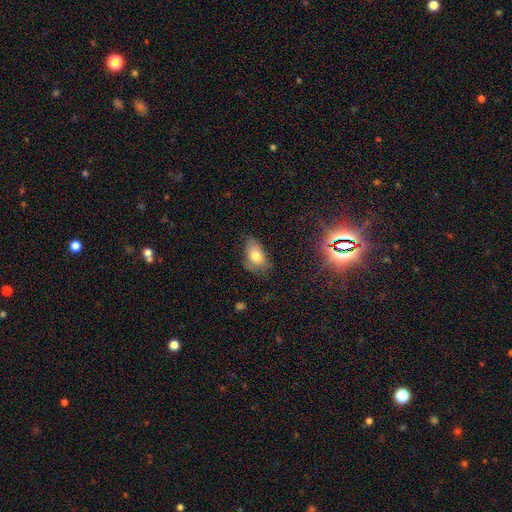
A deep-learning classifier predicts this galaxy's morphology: Smooth or featured?
  - smooth: 74% *
  - featured or disk: 16%
  - star or artifact: 10%
How rounded?
  - in between: 90% *
  - round: 8%
  - cigar-shaped: 2%
Merging?
  - none: 53% *
  - minor disturbance: 33%
  - major disturbance: 12%
  - merger: 2%